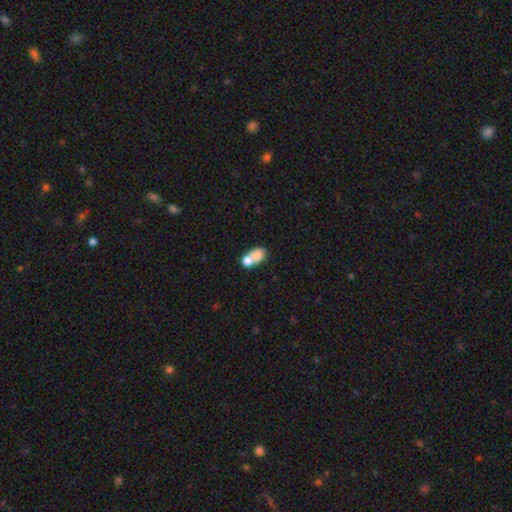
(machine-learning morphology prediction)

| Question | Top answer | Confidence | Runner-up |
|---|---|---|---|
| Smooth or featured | smooth | 75% | featured or disk (16%) |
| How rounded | in between | 67% | round (31%) |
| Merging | merger | 63% | none (25%) |